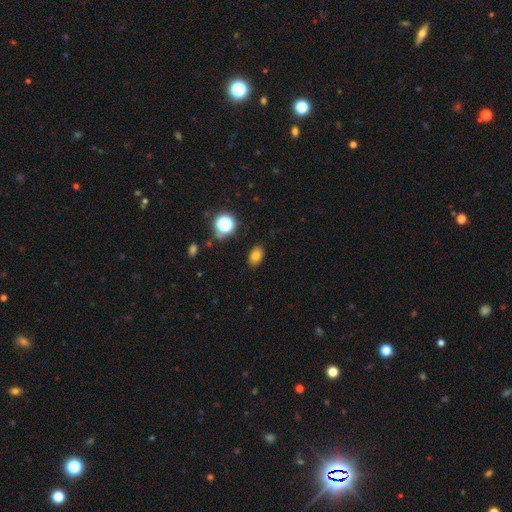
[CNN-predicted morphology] smooth 76%, star or artifact 15%, featured or disk 9%. Down the decision tree: how rounded — in between (81%); merging — none (86%).